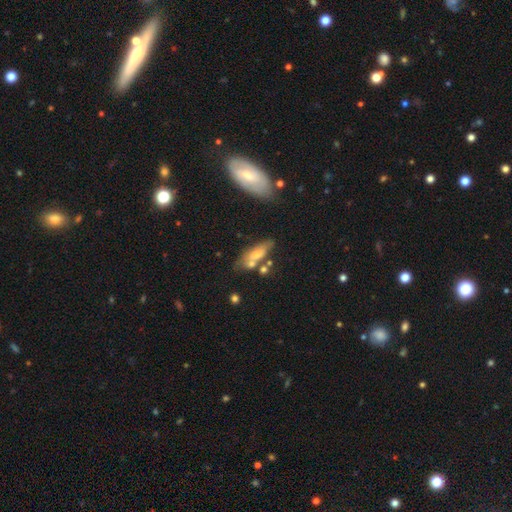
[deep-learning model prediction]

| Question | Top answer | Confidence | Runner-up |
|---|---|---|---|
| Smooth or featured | smooth | 57% | featured or disk (35%) |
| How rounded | in between | 65% | cigar-shaped (31%) |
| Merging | none | 48% | minor disturbance (22%) |